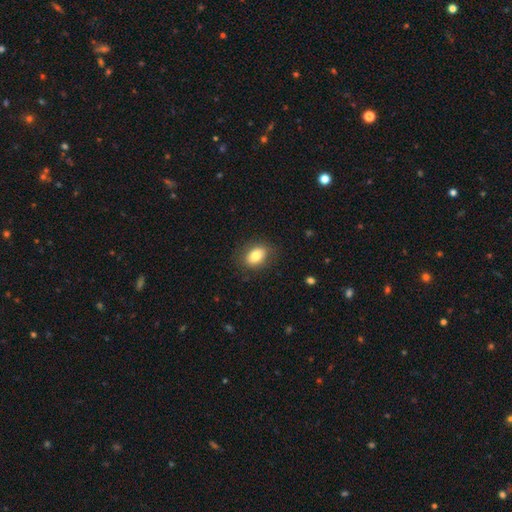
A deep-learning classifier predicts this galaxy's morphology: Overall: smooth (79%). How rounded: in between (77%). Merging: none (83%).